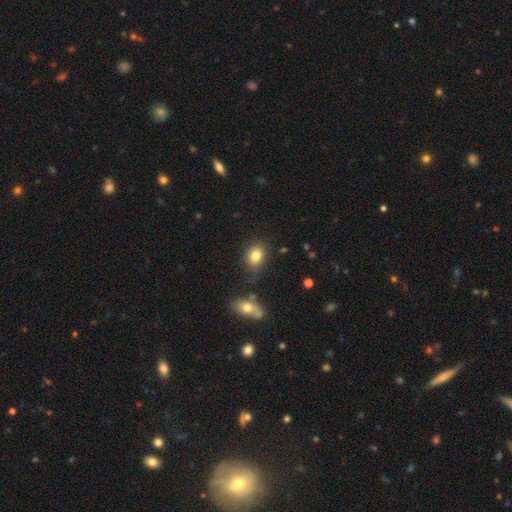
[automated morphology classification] A smooth galaxy with no disk features (81%) that is in between round and cigar-shaped (63%). Merging: none (74%).